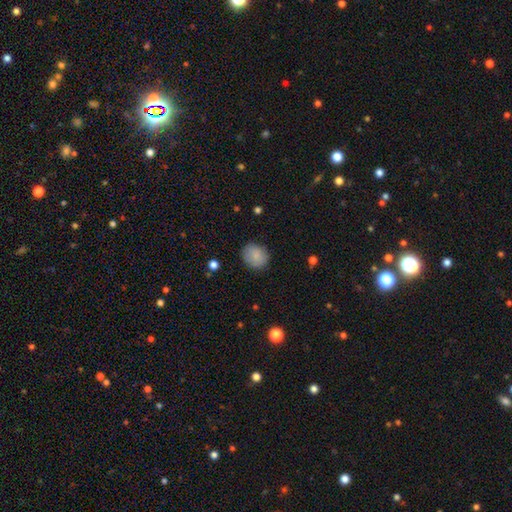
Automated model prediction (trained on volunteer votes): Smooth or featured? smooth (86%)
How rounded? round (76%)
Merging? none (84%)